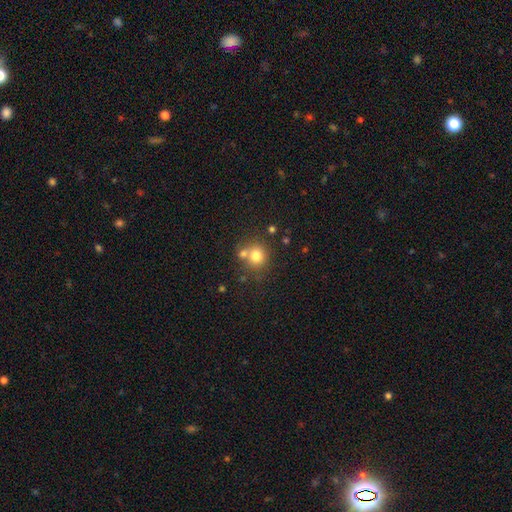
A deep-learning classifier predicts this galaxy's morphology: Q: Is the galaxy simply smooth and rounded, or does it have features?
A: smooth — 77%.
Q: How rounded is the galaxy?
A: round — 88%.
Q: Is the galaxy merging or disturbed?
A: none — 58%.